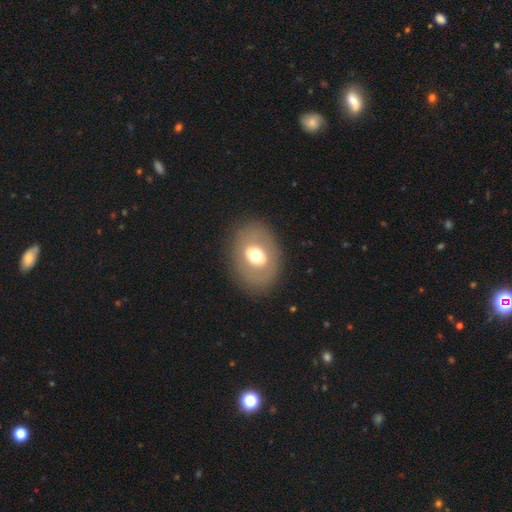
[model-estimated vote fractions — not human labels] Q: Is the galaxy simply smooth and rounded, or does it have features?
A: smooth — 56%.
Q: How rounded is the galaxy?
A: in between — 67%.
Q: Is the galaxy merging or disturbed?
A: none — 83%.